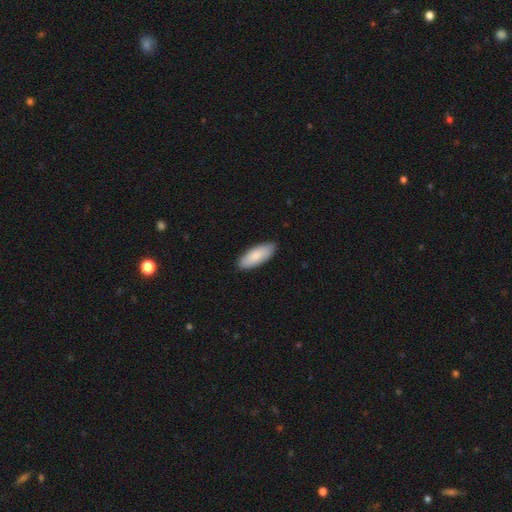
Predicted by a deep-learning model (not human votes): smooth_or_featured: smooth (p=0.86) [alt: featured or disk p=0.09]
how_rounded: in between (p=0.77) [alt: cigar-shaped p=0.21]
merging: none (p=0.88) [alt: minor disturbance p=0.09]